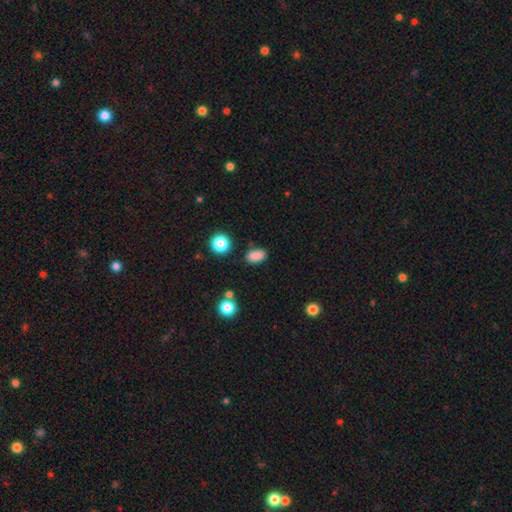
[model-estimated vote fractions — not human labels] A smooth galaxy with no disk features (85%) that is in between round and cigar-shaped (86%).

Vote fractions:
- Smooth or featured? smooth: 85% / star or artifact: 11% / featured or disk: 4%
- How rounded? in between: 86% / round: 11% / cigar-shaped: 3%
- Merging? none: 82% / minor disturbance: 12% / merger: 3% / major disturbance: 3%